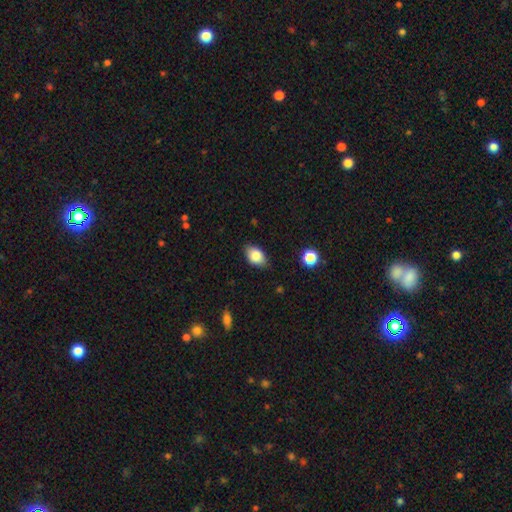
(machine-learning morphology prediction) Overall: smooth (85%). How rounded: in between (85%). Merging: none (81%).